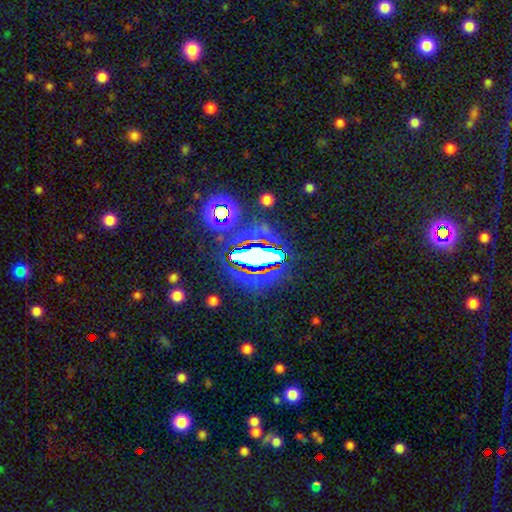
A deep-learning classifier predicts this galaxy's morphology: smooth-or-featured: star or artifact: 67% | smooth: 18% | featured or disk: 15%